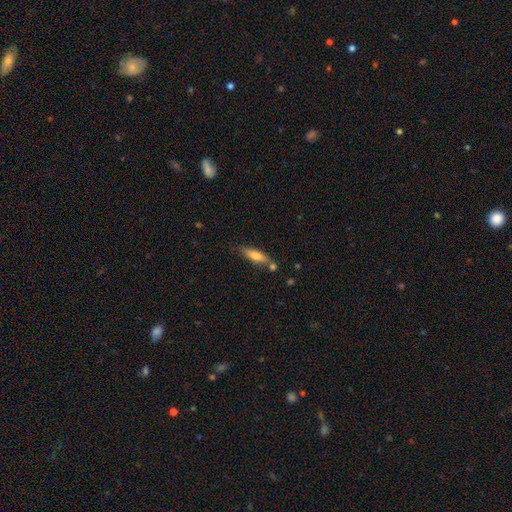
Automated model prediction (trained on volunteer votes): This appears to be a smooth galaxy with no disk features (68%) that is cigar-shaped (67%). Merging: none (66%).